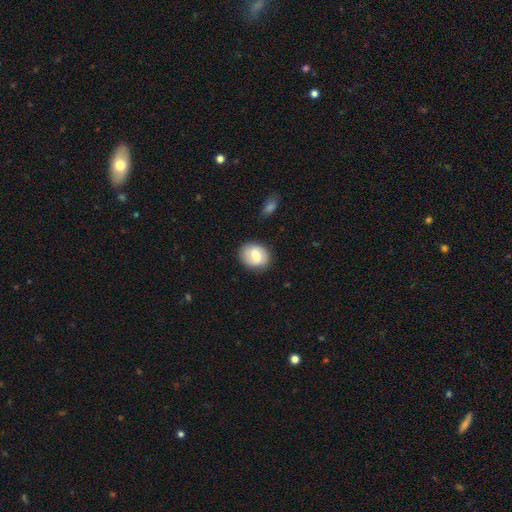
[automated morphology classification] Overall: smooth (61%; featured or disk 31%). How rounded: round (56%; in between 43%). Merging: none (82%).